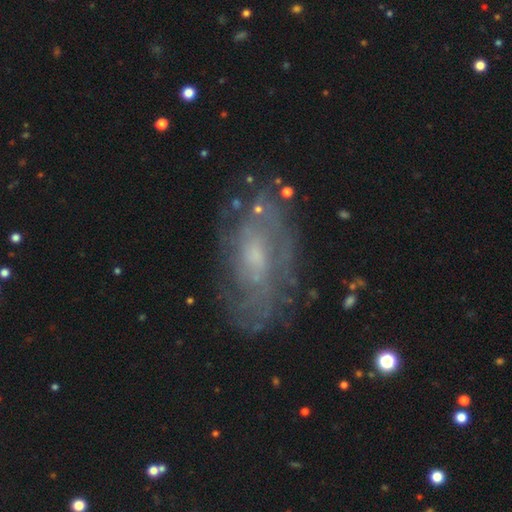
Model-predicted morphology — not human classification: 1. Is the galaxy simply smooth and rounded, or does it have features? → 73% featured or disk, 17% smooth, 9% star or artifact.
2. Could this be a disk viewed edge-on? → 92% no, 8% yes.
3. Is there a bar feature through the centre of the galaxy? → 62% no, 32% weak, 6% strong.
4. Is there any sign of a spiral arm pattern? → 77% yes, 23% no.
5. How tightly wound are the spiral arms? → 55% tight, 31% medium, 13% loose.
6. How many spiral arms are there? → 60% can't tell, 18% 2, 7% 3, 5% 4, 5% 1, 4% more than 4.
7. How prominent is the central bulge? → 56% small, 33% moderate, 7% none, 3% large, 1% dominant.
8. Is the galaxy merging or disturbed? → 75% none, 16% minor disturbance, 7% major disturbance, 2% merger.